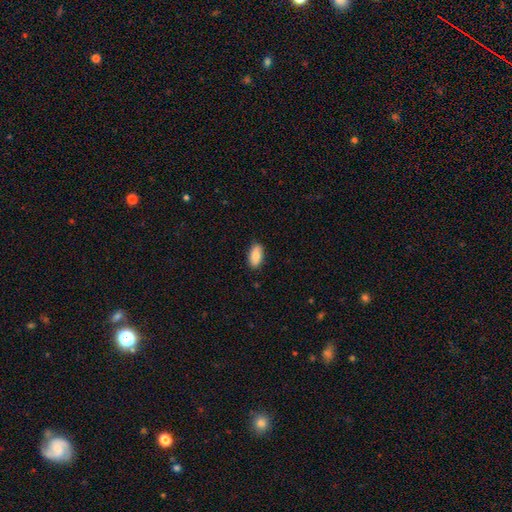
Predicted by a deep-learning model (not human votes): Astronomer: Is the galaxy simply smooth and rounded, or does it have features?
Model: smooth — 84%.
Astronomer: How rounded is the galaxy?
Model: in between — 92%.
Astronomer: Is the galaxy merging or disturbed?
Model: none — 86%.